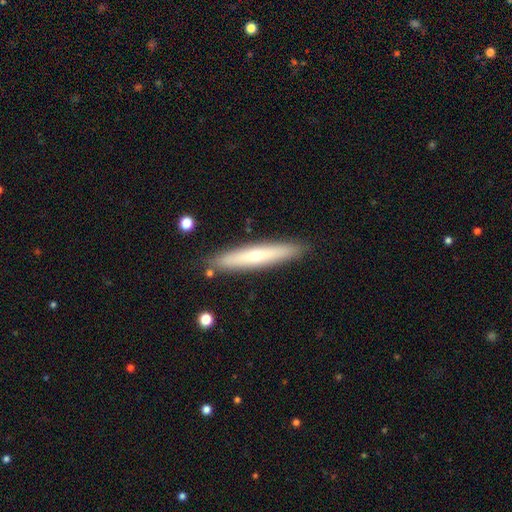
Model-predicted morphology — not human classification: The model was most divided on "smooth or featured": smooth: 54%, featured or disk: 40%, star or artifact: 6%. More confident: how rounded — cigar-shaped (91%); merging — none (88%).